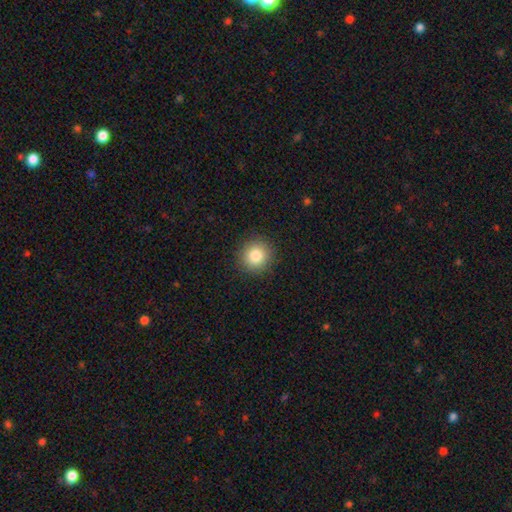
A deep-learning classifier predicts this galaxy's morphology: Q: Smooth or featured?
A: smooth (84%); runner-up: star or artifact (10%)
Q: How rounded?
A: round (93%); runner-up: in between (6%)
Q: Merging?
A: none (91%); runner-up: minor disturbance (6%)